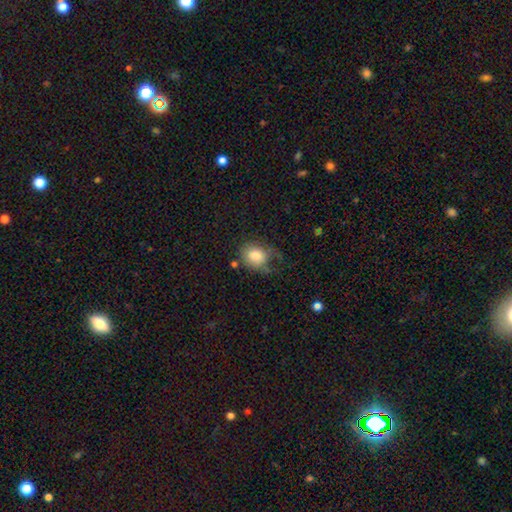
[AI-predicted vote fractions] This appears to be a smooth galaxy with no disk features (77%) that is in between round and cigar-shaped (53%). Merging: none (36%).